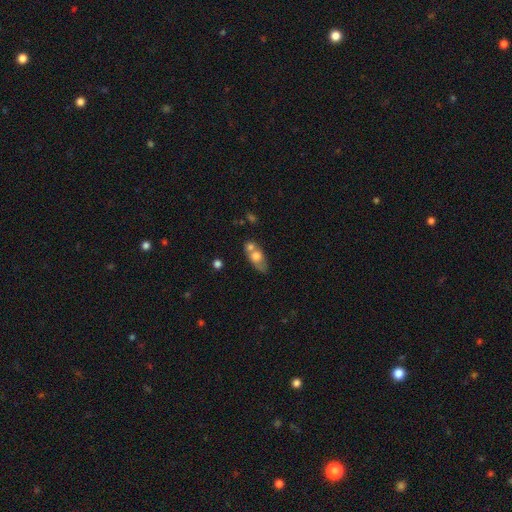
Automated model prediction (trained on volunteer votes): This appears to be a smooth galaxy with no disk features (64%) that is in between round and cigar-shaped (70%). Merging: merger (42%).